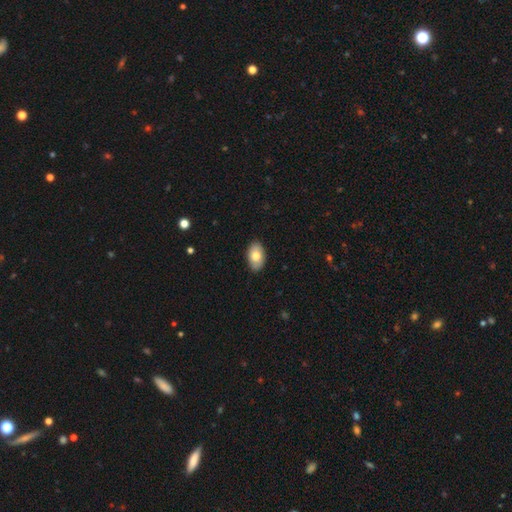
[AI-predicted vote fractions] The model was most divided on "smooth or featured": smooth: 77%, featured or disk: 16%, star or artifact: 6%. More confident: how rounded — in between (92%); merging — none (86%).